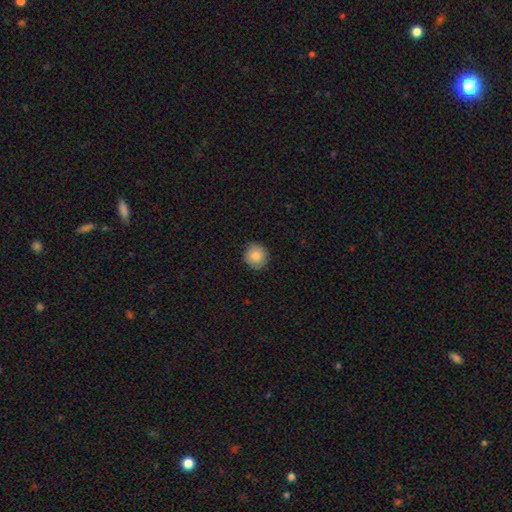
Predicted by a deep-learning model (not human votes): smooth-or-featured: smooth: 84% | star or artifact: 8% | featured or disk: 8%
  how-rounded: round: 90% | in between: 9% | cigar-shaped: 1%
  merging: none: 87% | minor disturbance: 10% | major disturbance: 2% | merger: 1%